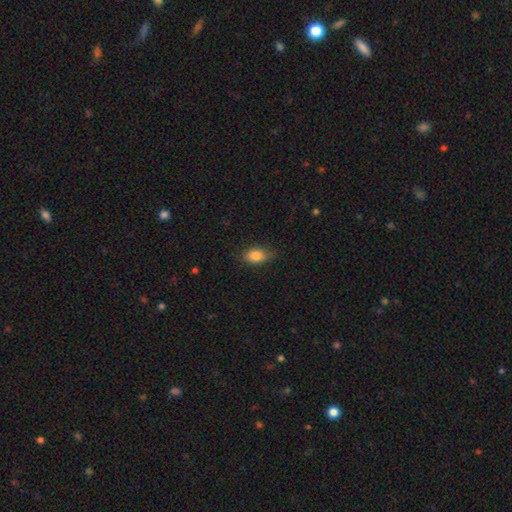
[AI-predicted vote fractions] Q: Smooth or featured?
A: smooth (85%); runner-up: star or artifact (8%)
Q: How rounded?
A: in between (85%); runner-up: round (12%)
Q: Merging?
A: none (80%); runner-up: minor disturbance (15%)